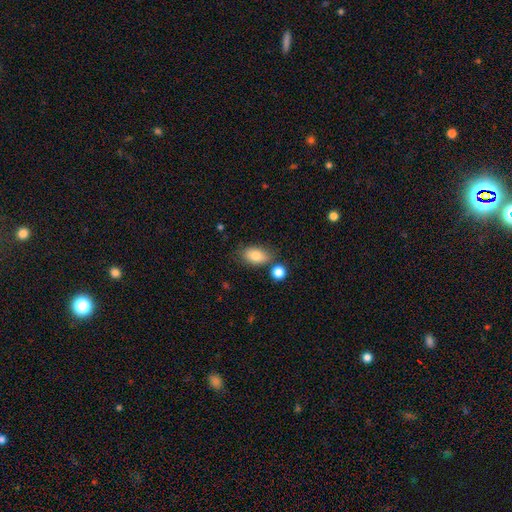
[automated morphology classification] A smooth galaxy with no disk features (81%) that is in between round and cigar-shaped (88%).

Vote fractions:
- Smooth or featured? smooth: 81% / featured or disk: 11% / star or artifact: 8%
- How rounded? in between: 88% / round: 10% / cigar-shaped: 2%
- Merging? none: 68% / minor disturbance: 17% / merger: 10% / major disturbance: 5%